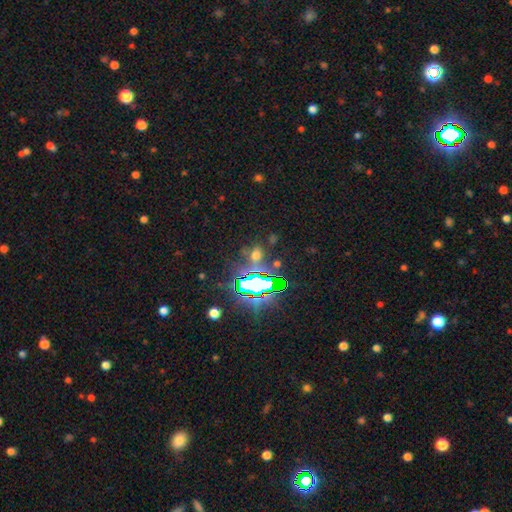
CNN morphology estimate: This is possibly a star or artifact rather than a galaxy (52%).